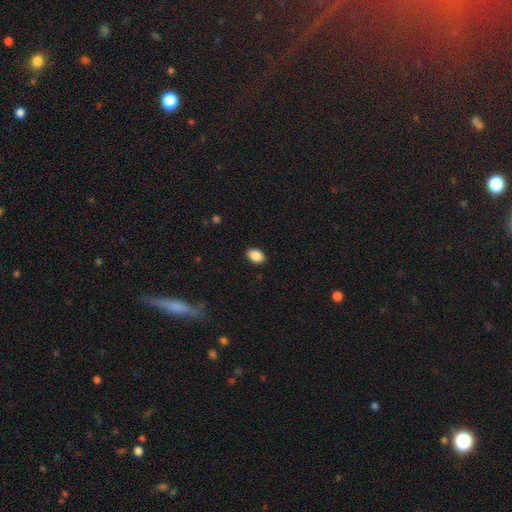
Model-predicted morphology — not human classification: A smooth galaxy with no disk features (88%) that is in between round and cigar-shaped (84%). Merging: none (88%).